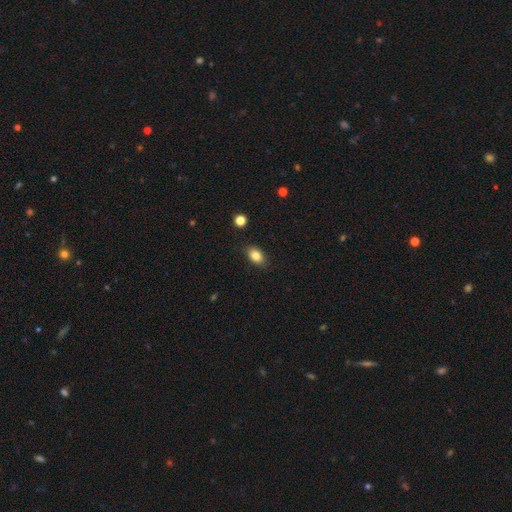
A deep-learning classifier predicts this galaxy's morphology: The model was most divided on "how rounded": in between: 85%, round: 14%, cigar-shaped: 2%. More confident: merging — none (85%); smooth or featured — smooth (83%).